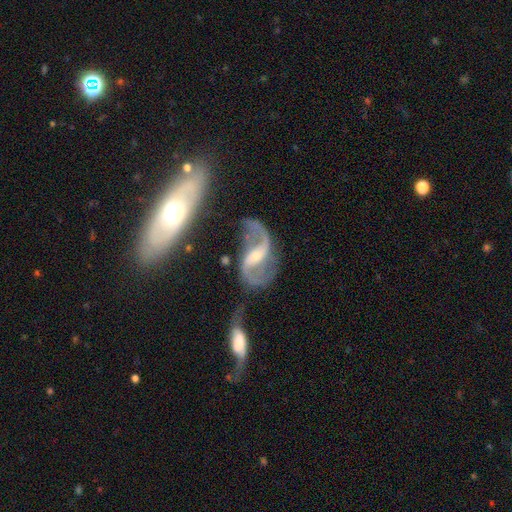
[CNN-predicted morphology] Q: Smooth or featured?
A: featured or disk (90%); runner-up: smooth (6%)
Q: Edge-on disk?
A: no (96%); runner-up: yes (4%)
Q: Bar?
A: weak (44%); runner-up: strong (31%)
Q: Spiral arms?
A: yes (96%); runner-up: no (4%)
Q: Spiral winding?
A: loose (69%); runner-up: medium (25%)
Q: Spiral arm count?
A: 2 (93%); runner-up: can't tell (2%)
Q: Bulge size?
A: small (52%); runner-up: moderate (40%)
Q: Merging?
A: none (62%); runner-up: minor disturbance (19%)